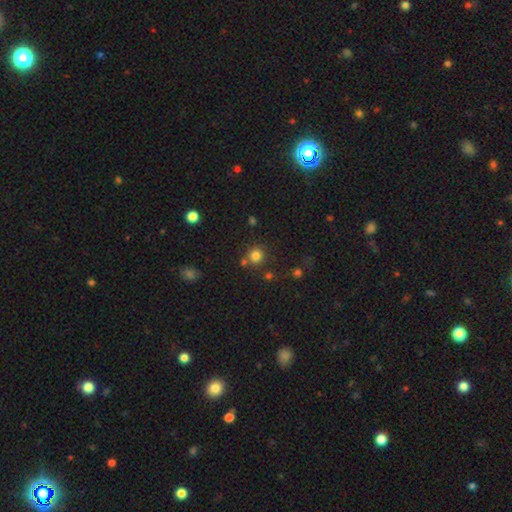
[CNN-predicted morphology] smooth 79%, star or artifact 15%, featured or disk 6%. Down the decision tree: how rounded — round (91%); merging — none (74%).